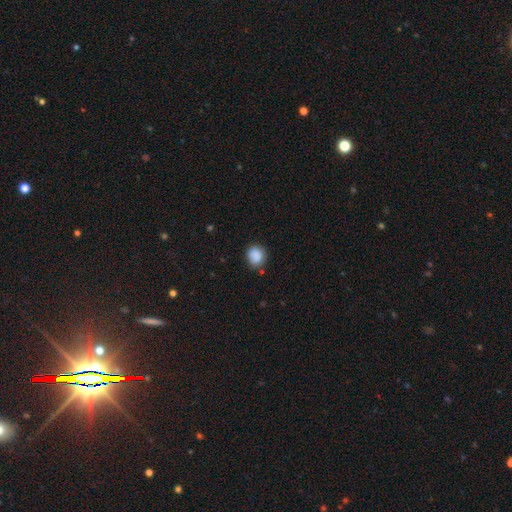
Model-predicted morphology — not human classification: Smooth or featured? smooth (87%)
How rounded? round (74%)
Merging? none (80%)